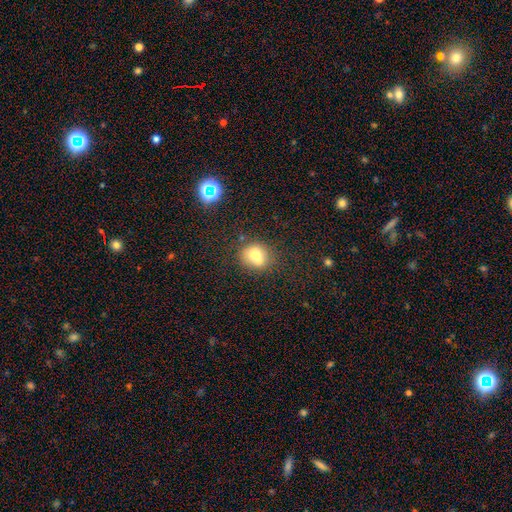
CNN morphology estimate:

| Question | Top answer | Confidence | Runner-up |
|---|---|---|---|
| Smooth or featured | smooth | 75% | featured or disk (12%) |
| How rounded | round | 62% | in between (37%) |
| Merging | none | 63% | minor disturbance (19%) |